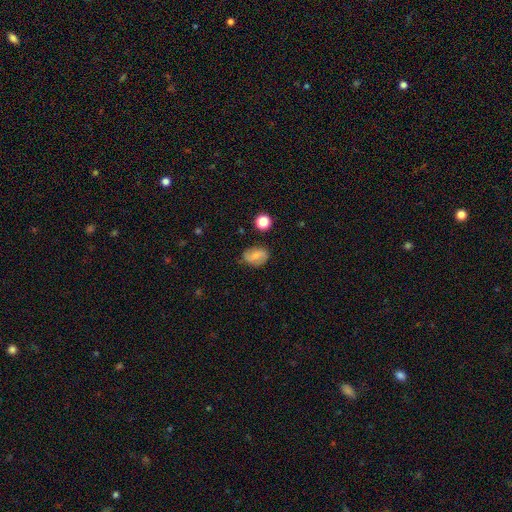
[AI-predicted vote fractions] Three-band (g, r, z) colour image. It shows a smooth galaxy with no disk features (51%) that is in between round and cigar-shaped (72%). Merging: none (78%).